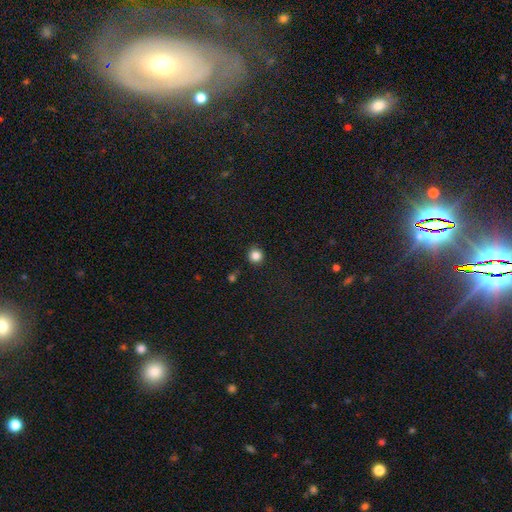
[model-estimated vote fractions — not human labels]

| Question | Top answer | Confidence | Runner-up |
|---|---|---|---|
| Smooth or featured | smooth | 84% | star or artifact (12%) |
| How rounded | round | 93% | in between (6%) |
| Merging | none | 90% | minor disturbance (7%) |